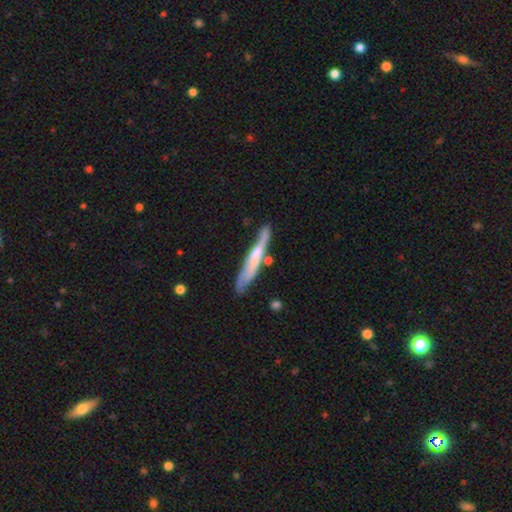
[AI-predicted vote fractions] Smooth or featured? Predicted: featured or disk (p=0.47, tied with smooth). Merging? Predicted: none (p=0.69).